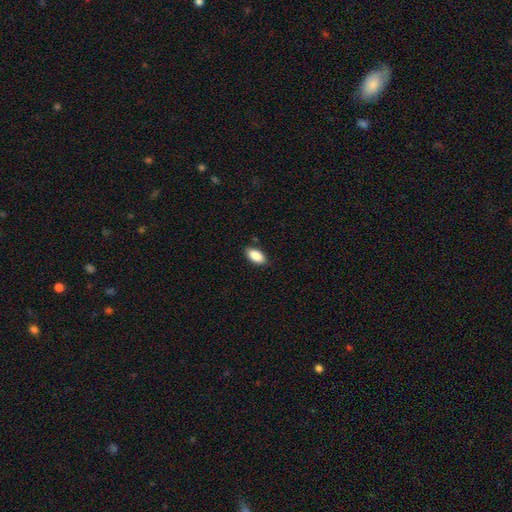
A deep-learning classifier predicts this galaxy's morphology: Q: Smooth or featured?
A: smooth (89%); runner-up: star or artifact (7%)
Q: How rounded?
A: in between (93%); runner-up: cigar-shaped (4%)
Q: Merging?
A: none (86%); runner-up: minor disturbance (10%)